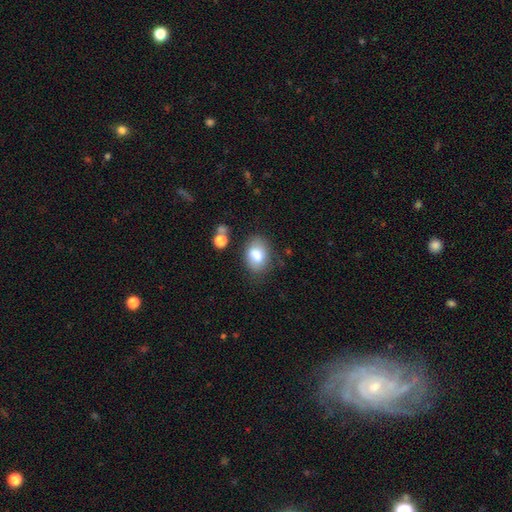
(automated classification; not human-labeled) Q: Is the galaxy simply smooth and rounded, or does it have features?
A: smooth — 80%.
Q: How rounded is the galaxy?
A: in between — 75%.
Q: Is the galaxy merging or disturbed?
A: none — 72%.